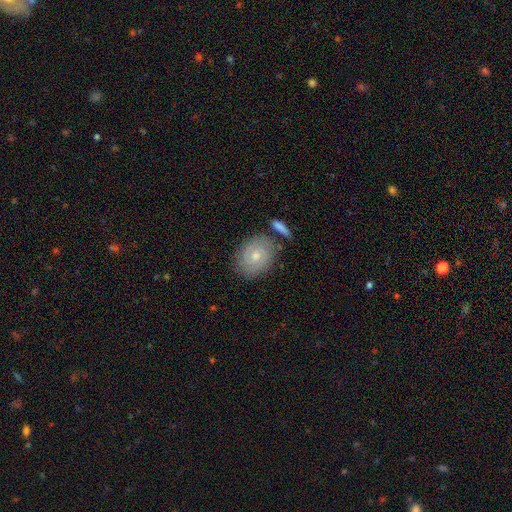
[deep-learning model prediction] smooth_or_featured: smooth (p=0.50) [alt: featured or disk p=0.42]
how_rounded: in between (p=0.59) [alt: round p=0.40]
merging: none (p=0.73) [alt: minor disturbance p=0.16]